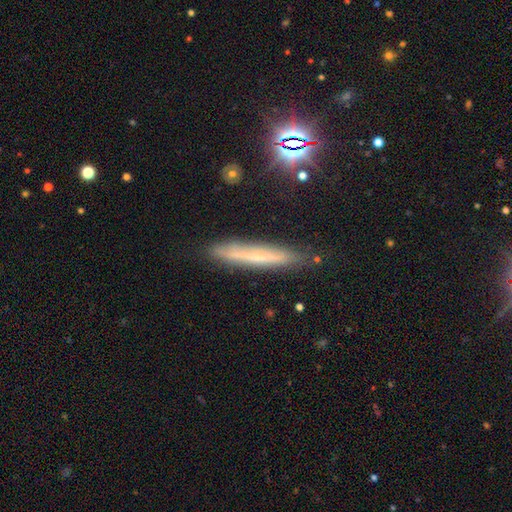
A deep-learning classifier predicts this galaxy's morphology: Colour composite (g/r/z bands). It shows a smooth galaxy with no disk features (47%). Merging: none (84%).